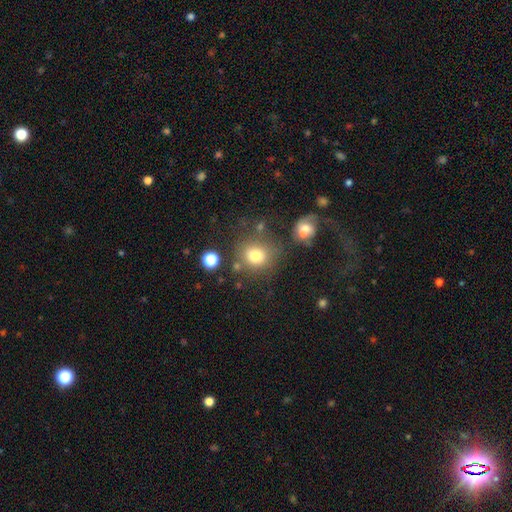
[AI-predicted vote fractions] Q: Smooth or featured?
A: smooth (77%); runner-up: star or artifact (14%)
Q: How rounded?
A: round (81%); runner-up: in between (18%)
Q: Merging?
A: none (70%); runner-up: minor disturbance (13%)